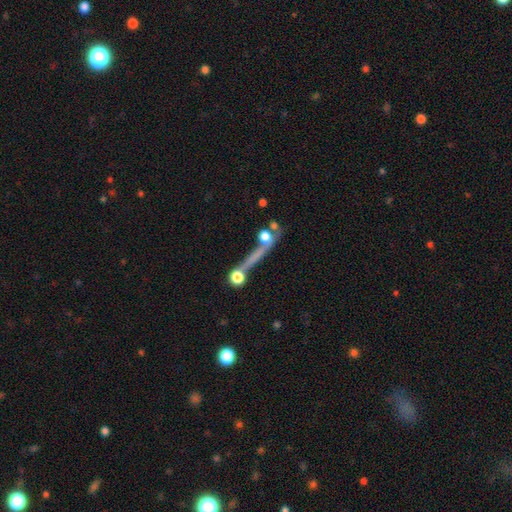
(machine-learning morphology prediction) Smooth or featured: featured or disk — 46% (smooth — 33%)
Merging: none — 53% (merger — 21%)